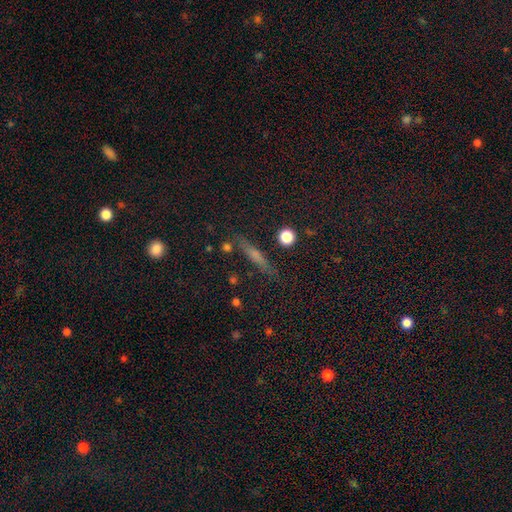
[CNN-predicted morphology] smooth-or-featured: smooth: 42% (tied) | featured or disk: 42% (tied) | star or artifact: 16%
  merging: none: 85% | minor disturbance: 10% | merger: 3% | major disturbance: 3%